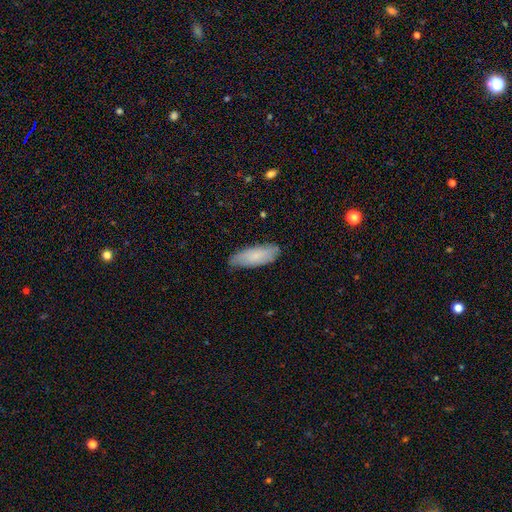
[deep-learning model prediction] The model was most divided on "how rounded": in between: 73%, cigar-shaped: 26%, round: 2%. More confident: smooth or featured — smooth (77%); merging — none (73%).